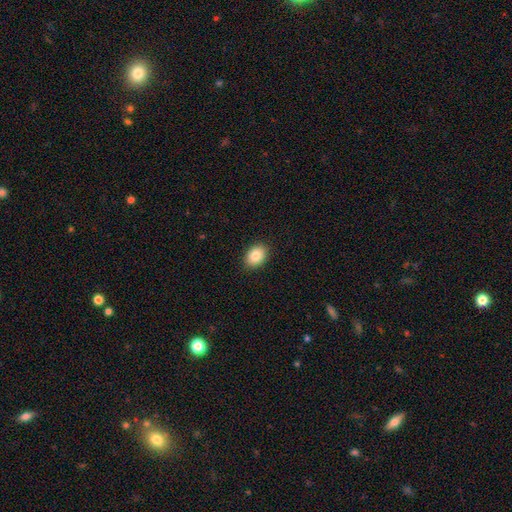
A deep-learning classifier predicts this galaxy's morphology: Smooth or featured: smooth — 85% (star or artifact — 8%)
How rounded: in between — 73% (round — 27%)
Merging: none — 90% (minor disturbance — 8%)